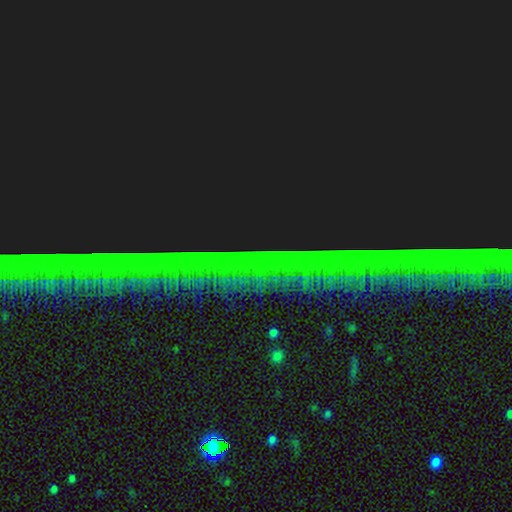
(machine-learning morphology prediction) A star or artifact, not a galaxy (87%).

Vote fractions:
- Smooth or featured? star or artifact: 87% / featured or disk: 7% / smooth: 6%